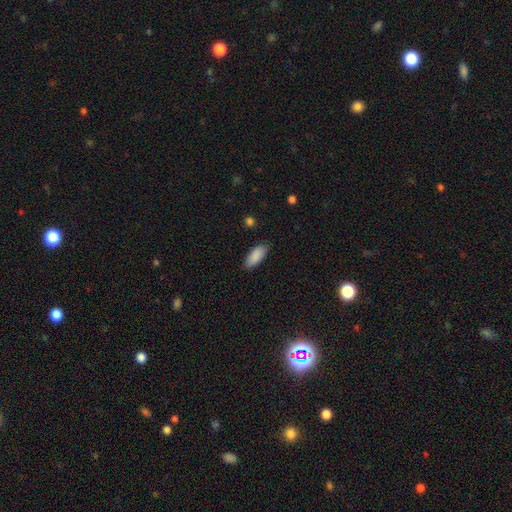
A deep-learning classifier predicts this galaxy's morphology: This is clearly a smooth galaxy (89%). How rounded: clearly in between (82%). Merging: clearly none (84%).